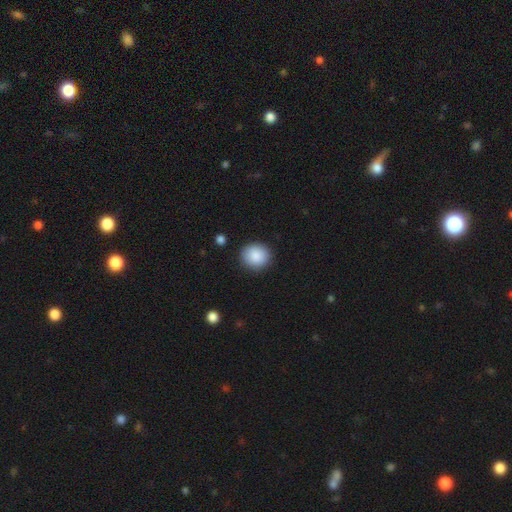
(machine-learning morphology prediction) Overall: smooth (88%). How rounded: round (81%). Merging: none (88%).